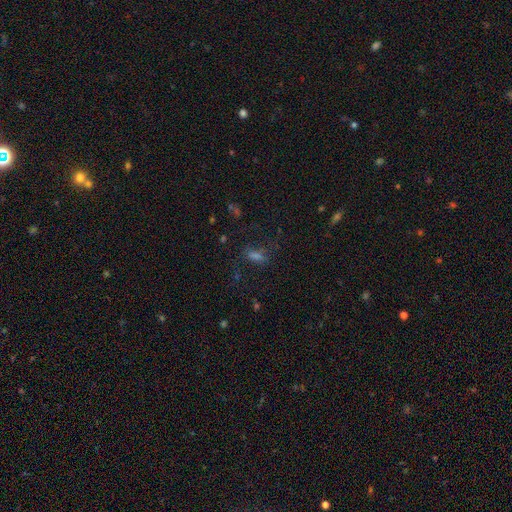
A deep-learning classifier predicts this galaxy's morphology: Smooth or featured: smooth — 47% (star or artifact — 35%)
Merging: none — 62% (minor disturbance — 17%)